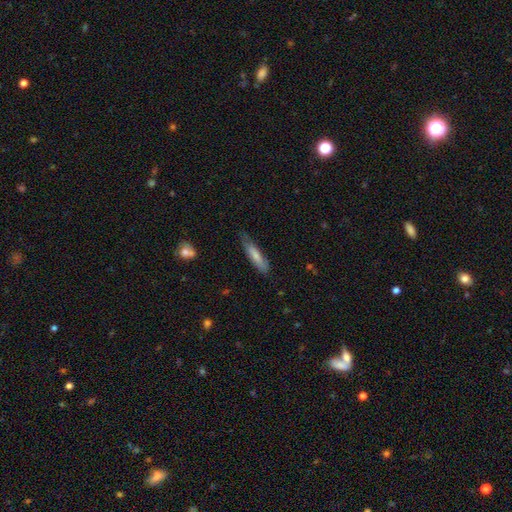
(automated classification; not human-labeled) The model was most divided on "merging": none: 63%, minor disturbance: 29%, major disturbance: 7%, merger: 2%. More confident: how rounded — cigar-shaped (77%); smooth or featured — smooth (72%).